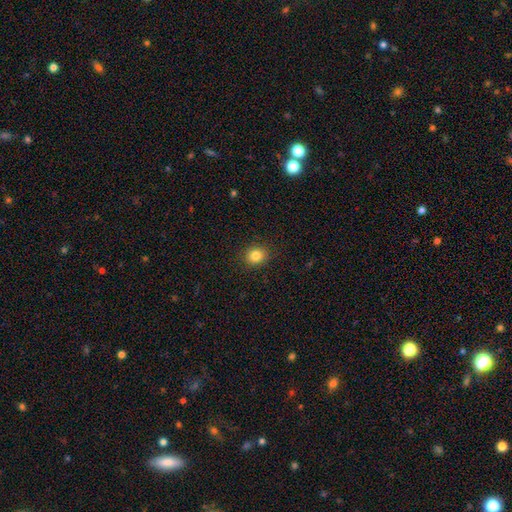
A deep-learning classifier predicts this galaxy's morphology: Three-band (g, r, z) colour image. It shows a smooth galaxy with no disk features (83%) that is round (77%). Merging: none (90%).